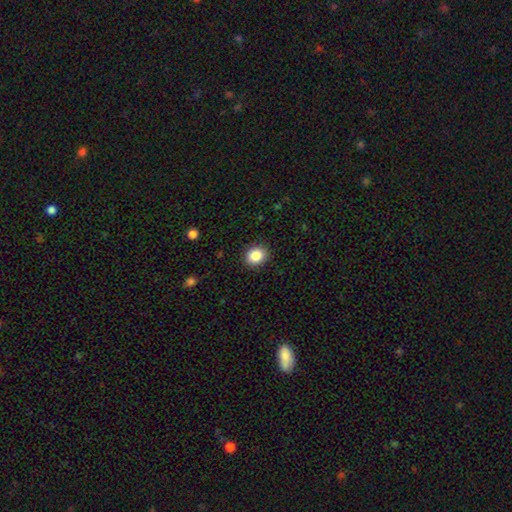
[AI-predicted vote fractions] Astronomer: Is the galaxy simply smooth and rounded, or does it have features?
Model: smooth — 87%.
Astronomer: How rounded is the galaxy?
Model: round — 61% (runner-up: in between, 39%).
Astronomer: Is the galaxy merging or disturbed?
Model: none — 90%.